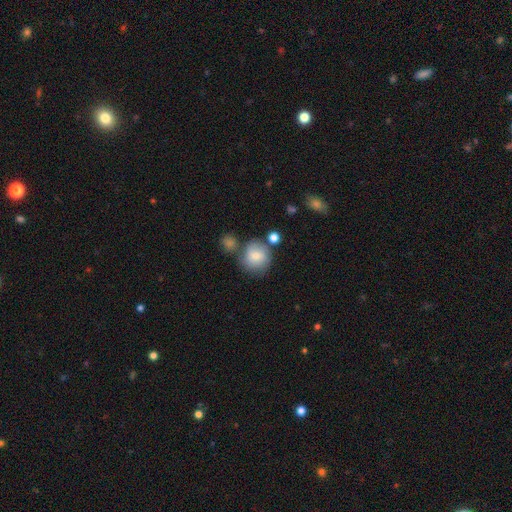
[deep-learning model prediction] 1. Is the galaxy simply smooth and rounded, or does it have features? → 73% smooth, 18% featured or disk, 9% star or artifact.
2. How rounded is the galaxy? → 87% round, 12% in between, 1% cigar-shaped.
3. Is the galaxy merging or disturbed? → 56% none, 21% merger, 17% minor disturbance, 6% major disturbance.